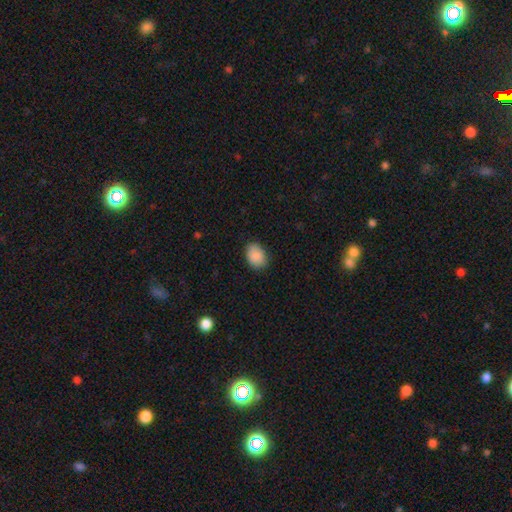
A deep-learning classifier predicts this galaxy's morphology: type=smooth (90%); roundness=in between (77%); merging=none (84%).